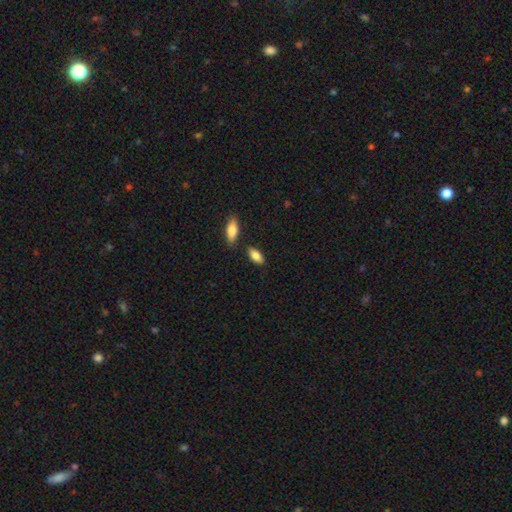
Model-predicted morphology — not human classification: Q: Smooth or featured?
A: smooth (85%); runner-up: featured or disk (9%)
Q: How rounded?
A: in between (87%); runner-up: cigar-shaped (11%)
Q: Merging?
A: none (80%); runner-up: minor disturbance (11%)